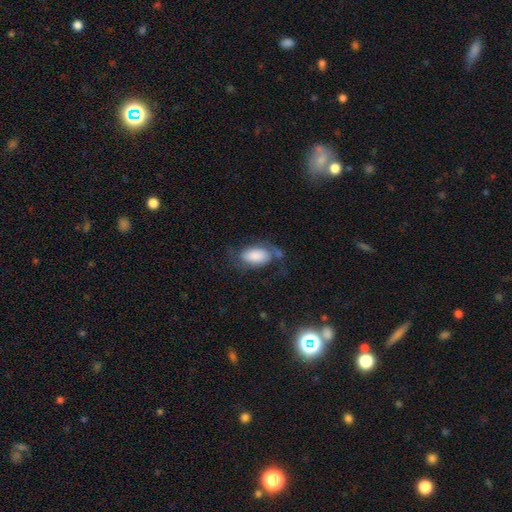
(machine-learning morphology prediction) smooth_or_featured: smooth (p=0.65) [alt: featured or disk p=0.28]
how_rounded: in between (p=0.93) [alt: round p=0.04]
merging: none (p=0.44) [alt: major disturbance p=0.25]